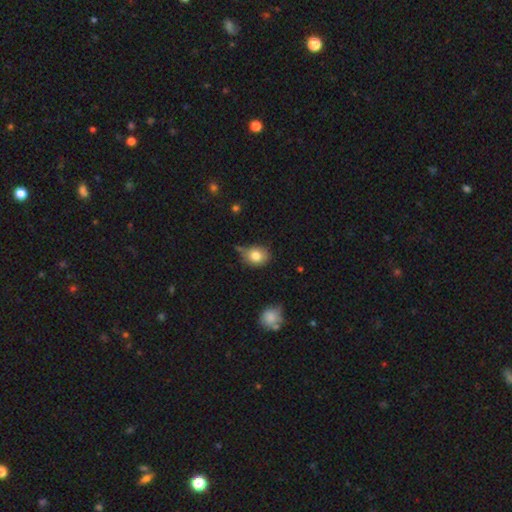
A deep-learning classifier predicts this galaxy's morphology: Smooth or featured? smooth (80%)
How rounded? round (52%)
Merging? none (58%)